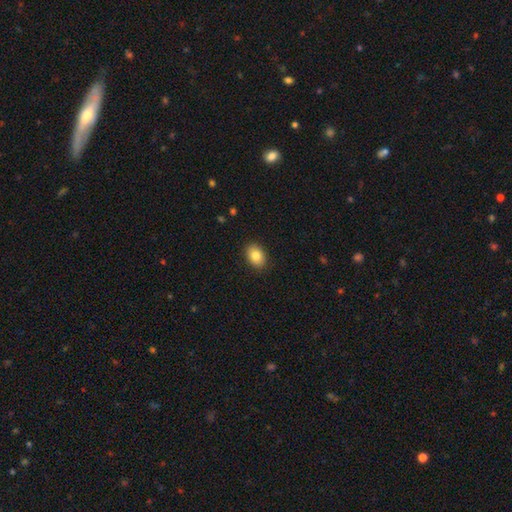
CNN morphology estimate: Smooth or featured: smooth — 84% (featured or disk — 8%)
How rounded: in between — 76% (round — 23%)
Merging: none — 89% (minor disturbance — 8%)